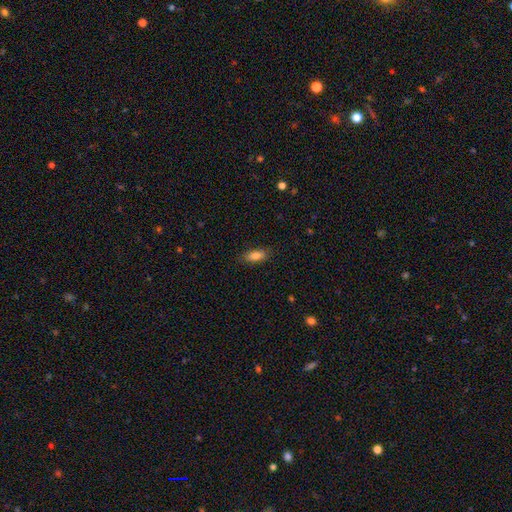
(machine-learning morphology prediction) Smooth or featured?
  - smooth: 83% *
  - featured or disk: 10%
  - star or artifact: 8%
How rounded?
  - in between: 79% *
  - cigar-shaped: 18%
  - round: 3%
Merging?
  - none: 84% *
  - minor disturbance: 12%
  - major disturbance: 3%
  - merger: 1%